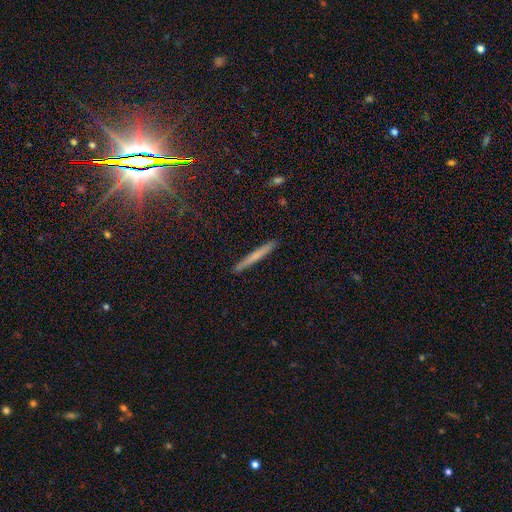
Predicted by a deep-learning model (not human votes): Overall: smooth (54%; featured or disk 38%). How rounded: cigar-shaped (96%). Merging: none (92%).